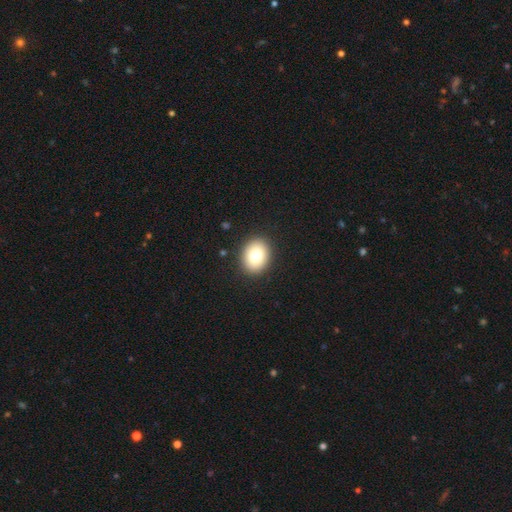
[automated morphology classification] Q: Smooth or featured?
A: smooth (78%); runner-up: featured or disk (13%)
Q: How rounded?
A: in between (51%); runner-up: round (48%)
Q: Merging?
A: none (90%); runner-up: minor disturbance (6%)